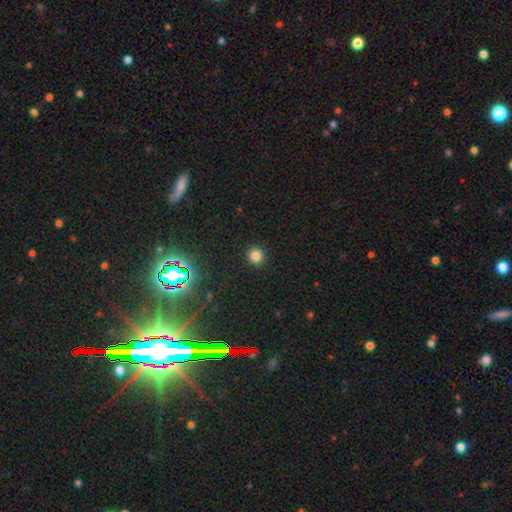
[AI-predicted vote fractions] smooth-or-featured: smooth: 81% | star or artifact: 15% | featured or disk: 4%
  how-rounded: round: 93% | in between: 6% | cigar-shaped: 1%
  merging: none: 92% | minor disturbance: 5% | major disturbance: 2% | merger: 1%